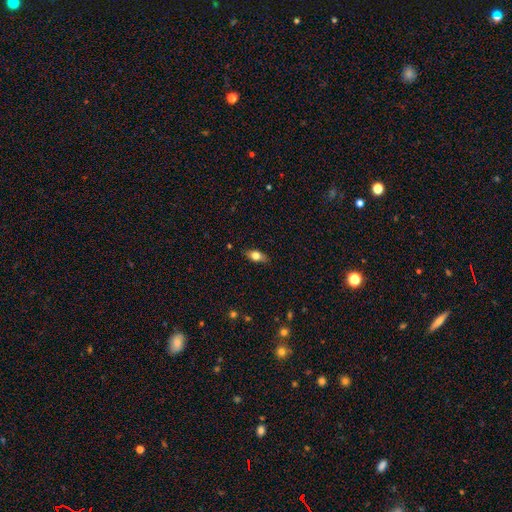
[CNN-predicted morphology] Overall: smooth (72%). How rounded: in between (80%). Merging: none (83%).